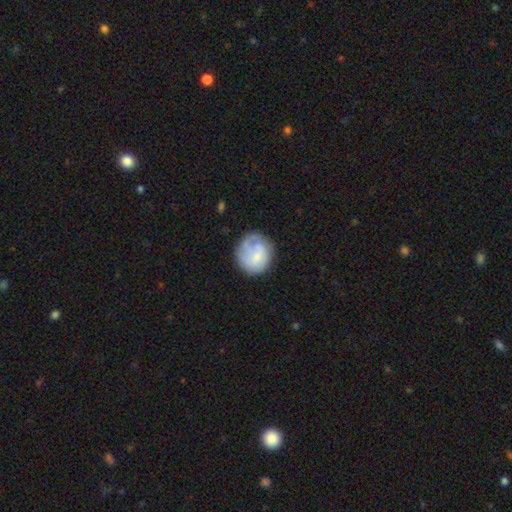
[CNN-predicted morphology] Smooth or featured?
  - smooth: 56% *
  - featured or disk: 37%
  - star or artifact: 7%
How rounded?
  - round: 81% *
  - in between: 18%
  - cigar-shaped: 1%
Merging?
  - none: 63% *
  - minor disturbance: 22%
  - major disturbance: 13%
  - merger: 2%